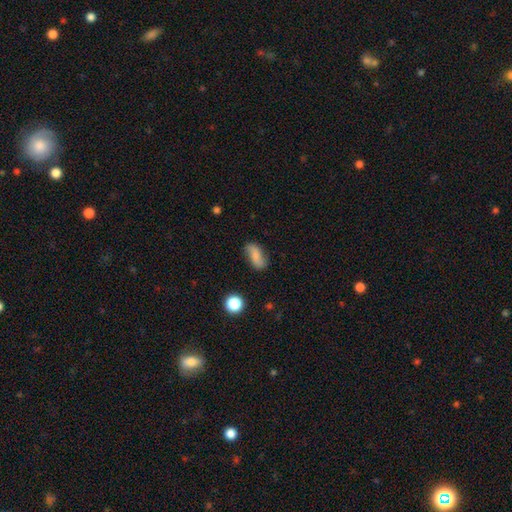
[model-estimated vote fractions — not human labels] smooth-or-featured: smooth: 65% | featured or disk: 25% | star or artifact: 10%
  how-rounded: in between: 84% | cigar-shaped: 10% | round: 6%
  merging: none: 75% | minor disturbance: 19% | major disturbance: 5% | merger: 2%